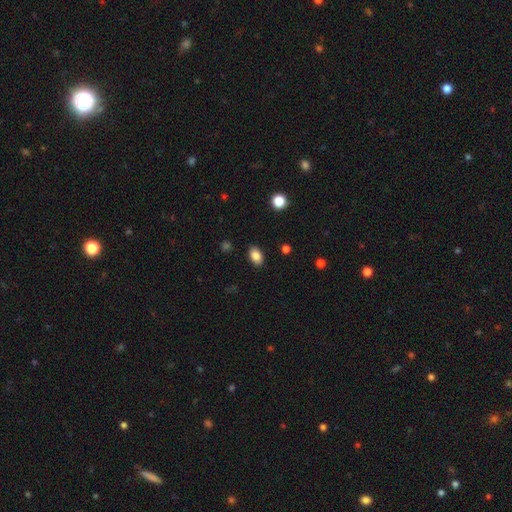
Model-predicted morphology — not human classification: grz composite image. It shows a smooth galaxy with no disk features (86%) that is in between round and cigar-shaped (88%). Merging: none (88%).